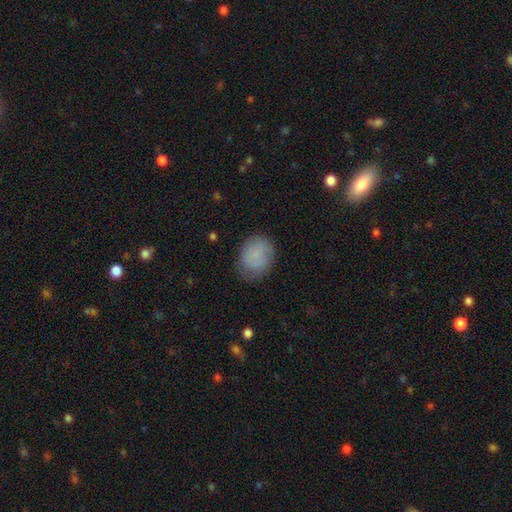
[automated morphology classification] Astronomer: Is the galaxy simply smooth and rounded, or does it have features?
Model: smooth — 80%.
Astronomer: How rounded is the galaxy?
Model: in between — 51% (runner-up: round, 48%).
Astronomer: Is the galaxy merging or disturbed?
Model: none — 74%.